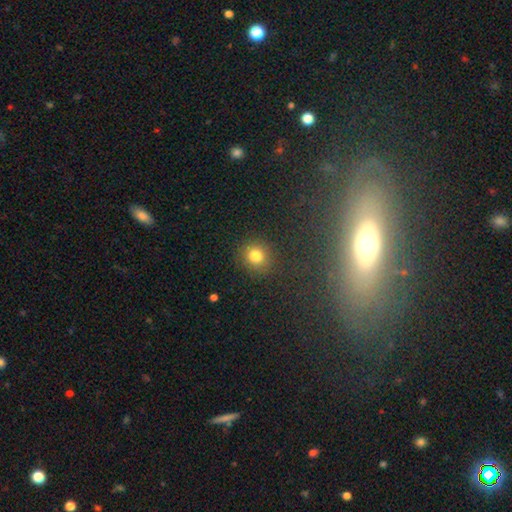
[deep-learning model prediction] The model was most divided on "smooth or featured": smooth: 80%, star or artifact: 14%, featured or disk: 6%. More confident: merging — none (88%); how rounded — round (87%).